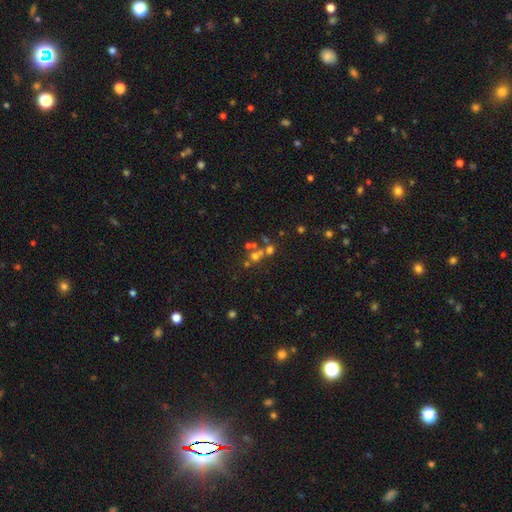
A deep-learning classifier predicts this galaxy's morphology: Smooth or featured? smooth (46%)
Merging? none (44%)